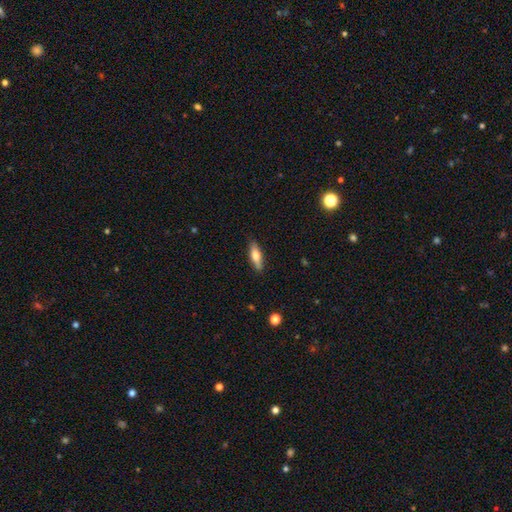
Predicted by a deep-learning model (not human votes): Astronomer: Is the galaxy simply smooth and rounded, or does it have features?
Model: smooth — 64%.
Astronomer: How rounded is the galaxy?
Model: cigar-shaped — 53% (runner-up: in between, 45%).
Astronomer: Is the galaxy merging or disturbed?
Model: none — 86%.